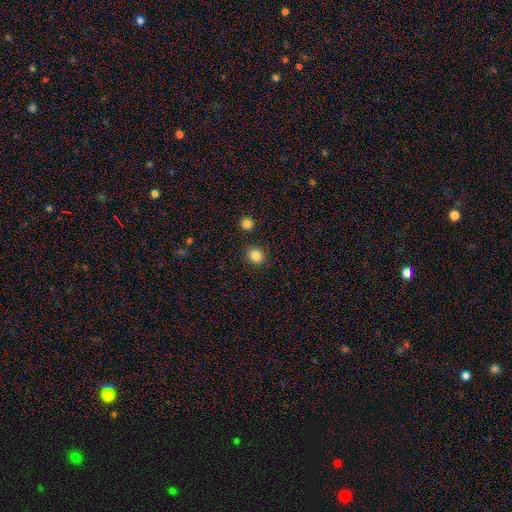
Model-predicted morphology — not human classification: smooth-or-featured: smooth: 85% | star or artifact: 11% | featured or disk: 5%
  how-rounded: round: 82% | in between: 18% | cigar-shaped: 1%
  merging: none: 88% | minor disturbance: 7% | merger: 3% | major disturbance: 2%